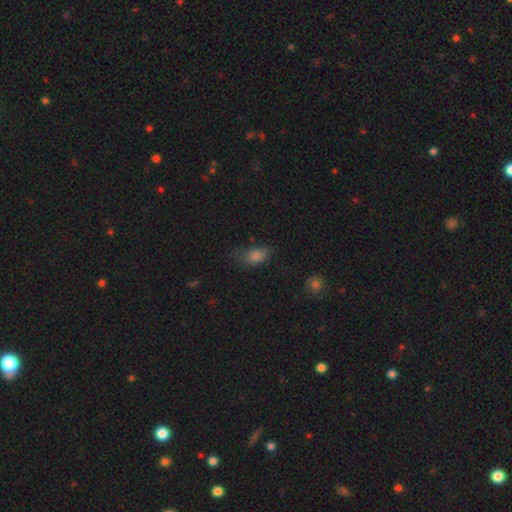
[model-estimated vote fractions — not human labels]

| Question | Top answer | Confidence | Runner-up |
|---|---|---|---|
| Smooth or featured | smooth | 77% | star or artifact (14%) |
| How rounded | in between | 80% | round (17%) |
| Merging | none | 52% | minor disturbance (32%) |